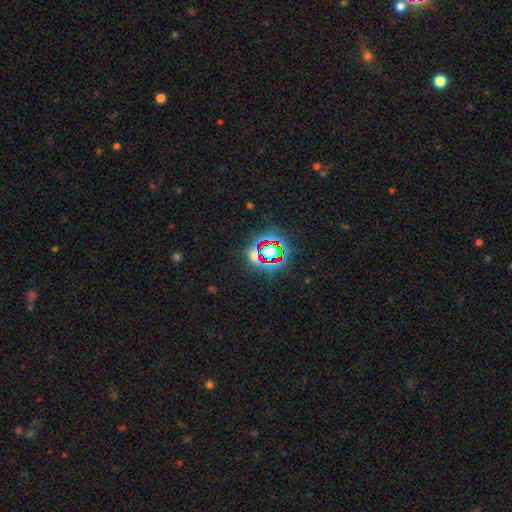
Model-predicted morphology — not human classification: A star or artifact, not a galaxy (66%).